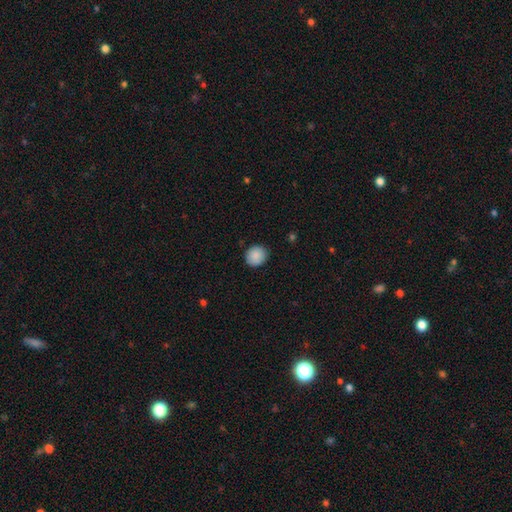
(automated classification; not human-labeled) Smooth or featured?
  - smooth: 89% *
  - star or artifact: 8%
  - featured or disk: 4%
How rounded?
  - round: 86% *
  - in between: 14%
  - cigar-shaped: 1%
Merging?
  - none: 88% *
  - minor disturbance: 9%
  - major disturbance: 2%
  - merger: 1%